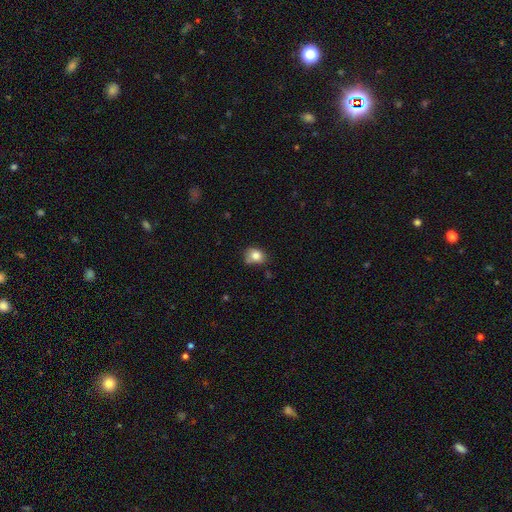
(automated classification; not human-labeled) Morphology: type=smooth (80%); roundness=round (54%); merging=none (58%).